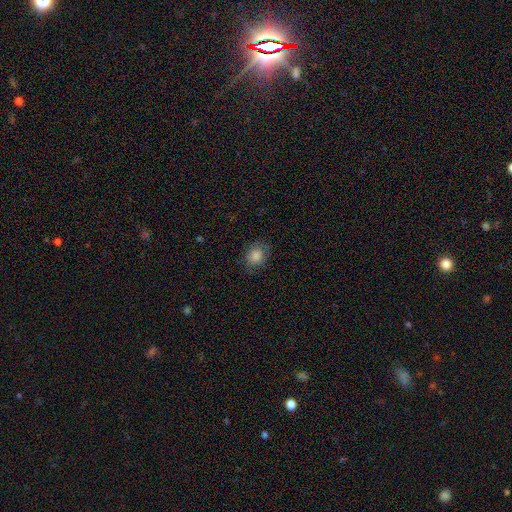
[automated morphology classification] Overall: smooth (83%). How rounded: round (56%; in between 43%). Merging: none (80%).